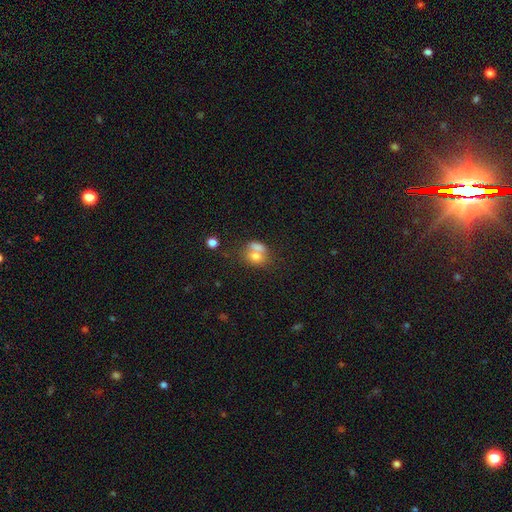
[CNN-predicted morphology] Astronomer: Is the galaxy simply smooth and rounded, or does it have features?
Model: smooth — 71%.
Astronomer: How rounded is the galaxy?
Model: in between — 59% (runner-up: round, 39%).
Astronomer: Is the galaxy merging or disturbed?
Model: merger — 59%.